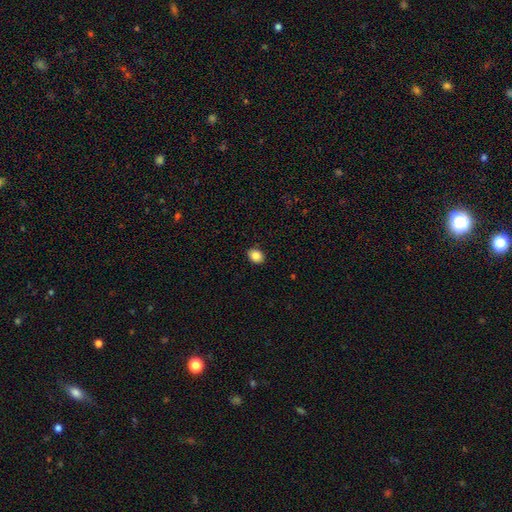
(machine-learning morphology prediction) Smooth or featured: smooth — 85% (star or artifact — 9%)
How rounded: round — 51% (in between — 48%)
Merging: none — 90% (minor disturbance — 7%)